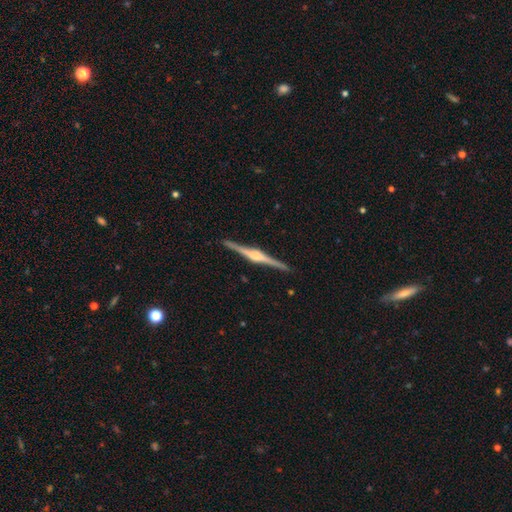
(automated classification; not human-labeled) smooth_or_featured: featured or disk (p=0.87) [alt: smooth p=0.09]
disk_edge_on: yes (p=0.99) [alt: no p=0.01]
edge_on_bulge: rounded (p=0.69) [alt: boxy p=0.26]
merging: none (p=0.92) [alt: minor disturbance p=0.06]